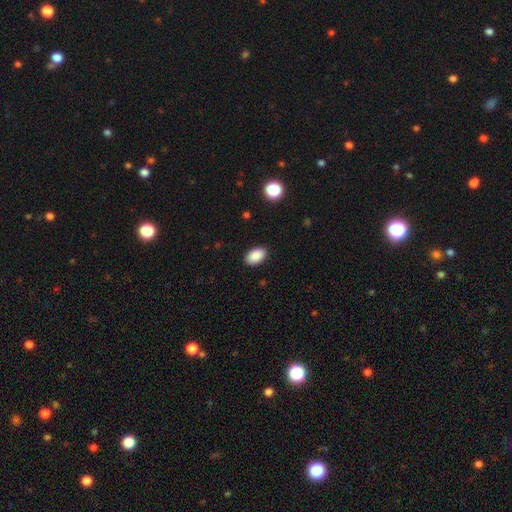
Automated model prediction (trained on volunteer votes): Smooth or featured?
  - smooth: 89% *
  - star or artifact: 8%
  - featured or disk: 3%
How rounded?
  - in between: 91% *
  - round: 8%
  - cigar-shaped: 1%
Merging?
  - none: 90% *
  - minor disturbance: 8%
  - major disturbance: 2%
  - merger: 1%